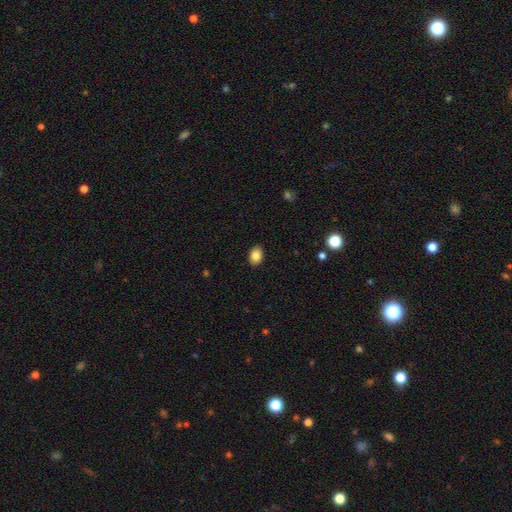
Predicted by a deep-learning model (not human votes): Smooth or featured? smooth (86%)
How rounded? in between (77%)
Merging? none (88%)